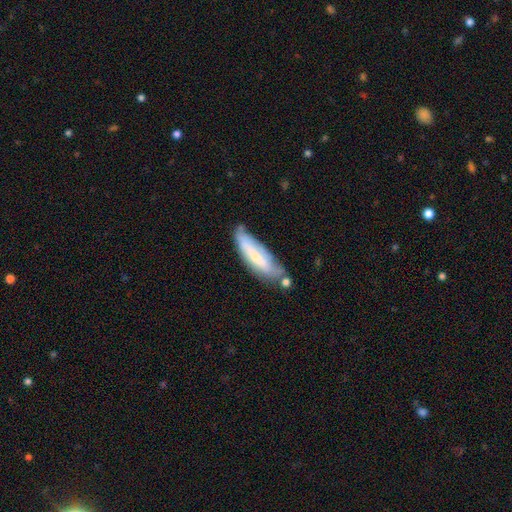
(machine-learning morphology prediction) smooth_or_featured: smooth (p=0.58) [alt: featured or disk p=0.36]
how_rounded: cigar-shaped (p=0.63) [alt: in between p=0.36]
merging: none (p=0.48) [alt: minor disturbance p=0.31]